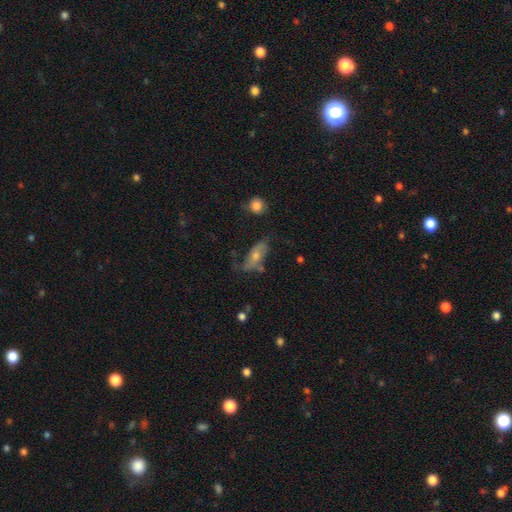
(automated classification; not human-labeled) Smooth or featured: featured or disk — 47% (smooth — 41%)
Merging: none — 48% (minor disturbance — 28%)